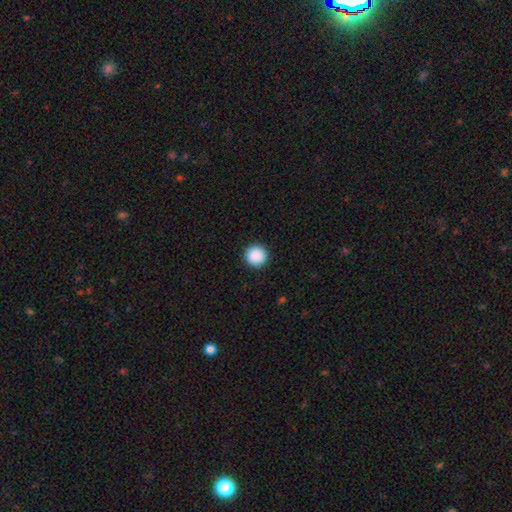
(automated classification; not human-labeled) Overall: smooth (89%). How rounded: round (96%). Merging: none (93%).